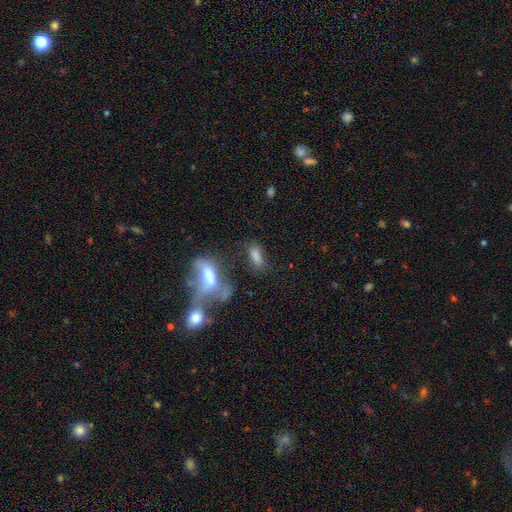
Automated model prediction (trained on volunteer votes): A smooth galaxy with no disk features (61%) that is in between round and cigar-shaped (75%). Merging: merger (38%).